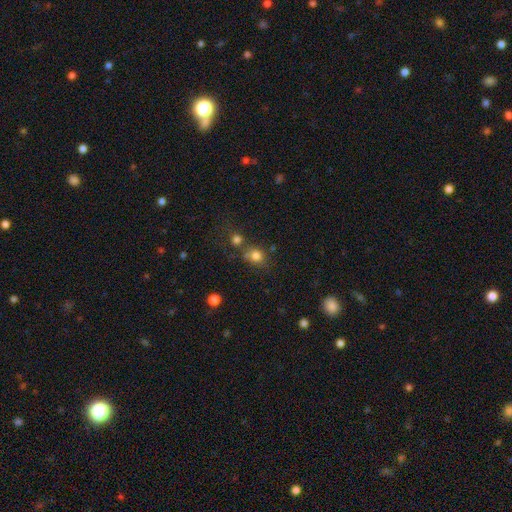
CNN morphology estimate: Overall: smooth (79%). How rounded: round (70%). Merging: none (57%; merger 22%).